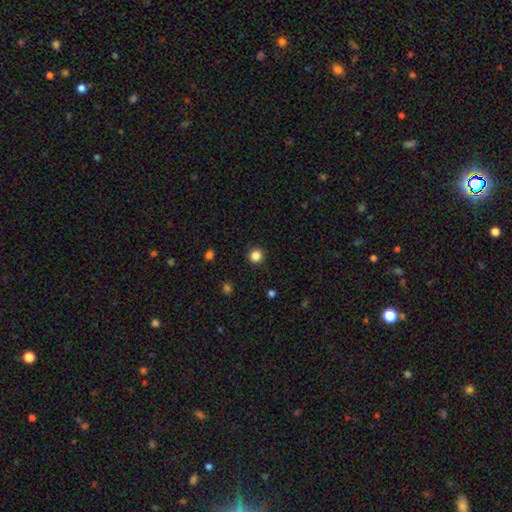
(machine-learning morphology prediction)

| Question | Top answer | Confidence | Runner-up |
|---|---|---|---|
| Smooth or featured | smooth | 84% | star or artifact (13%) |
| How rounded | round | 95% | in between (4%) |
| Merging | none | 92% | minor disturbance (5%) |